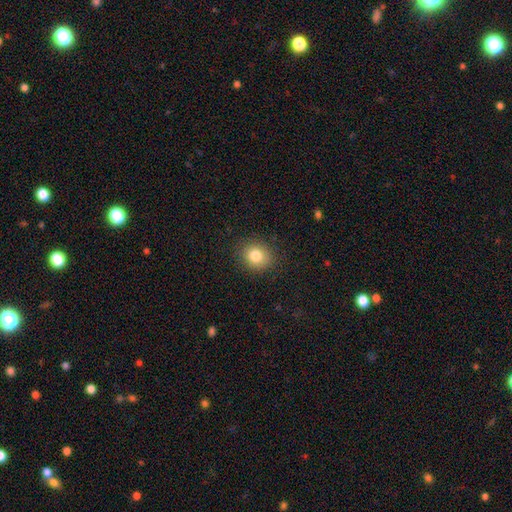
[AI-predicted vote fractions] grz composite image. It shows a smooth galaxy with no disk features (81%) that is round (72%). Merging: none (88%).